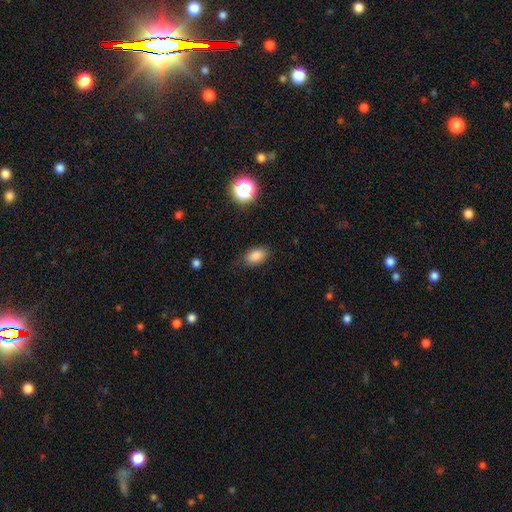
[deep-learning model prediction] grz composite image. It shows a smooth galaxy with no disk features (84%) that is in between round and cigar-shaped (88%). Merging: none (77%).